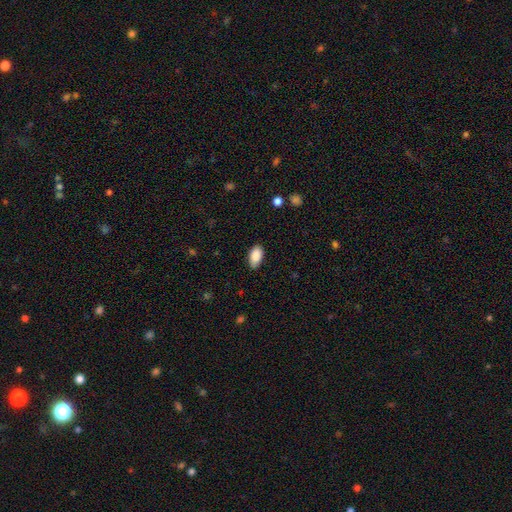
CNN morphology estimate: The model was most divided on "merging": none: 79%, minor disturbance: 17%, major disturbance: 3%, merger: 1%. More confident: how rounded — in between (94%); smooth or featured — smooth (89%).